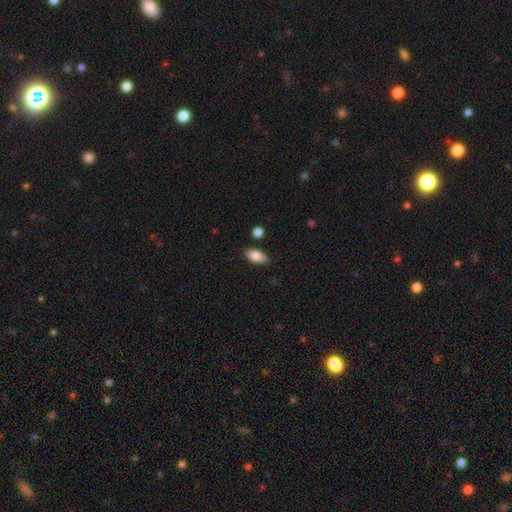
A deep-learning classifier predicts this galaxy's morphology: smooth-or-featured: smooth: 85% | featured or disk: 8% | star or artifact: 7%
  how-rounded: in between: 90% | cigar-shaped: 6% | round: 4%
  merging: none: 82% | minor disturbance: 12% | merger: 3% | major disturbance: 2%